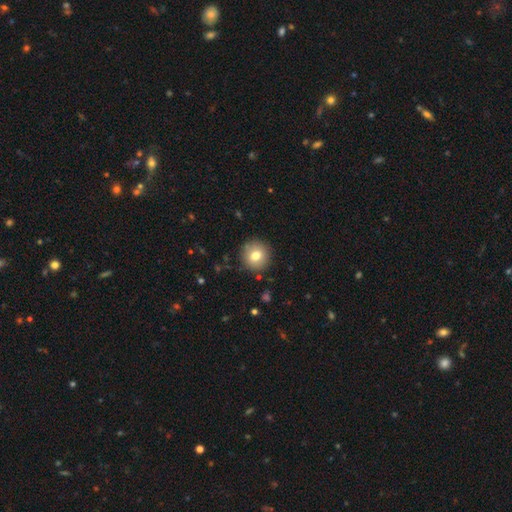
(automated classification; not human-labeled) Overall: smooth (77%). How rounded: round (94%). Merging: none (90%).